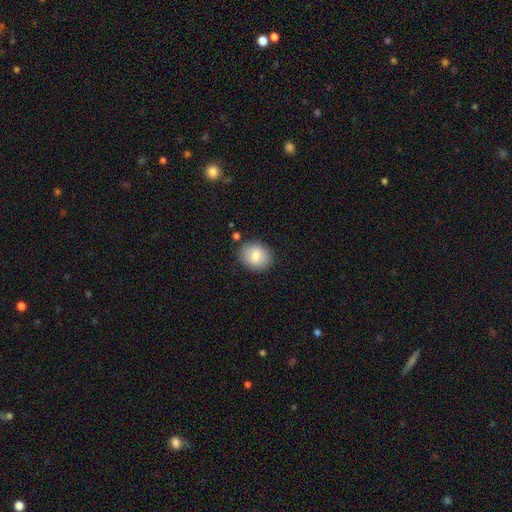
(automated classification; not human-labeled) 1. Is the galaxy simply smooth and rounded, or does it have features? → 79% smooth, 13% featured or disk, 8% star or artifact.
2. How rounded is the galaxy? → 54% round, 45% in between, 1% cigar-shaped.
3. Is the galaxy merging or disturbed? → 83% none, 12% minor disturbance, 3% major disturbance, 3% merger.